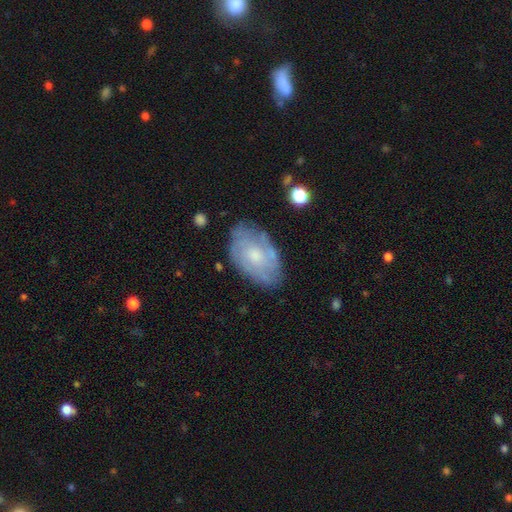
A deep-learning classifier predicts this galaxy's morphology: Smooth or featured? featured or disk (61%)
Edge-on disk? no (95%)
Bar? no (79%)
Spiral arms? yes (69%)
Bulge size? moderate (49%)
Merging? none (74%)